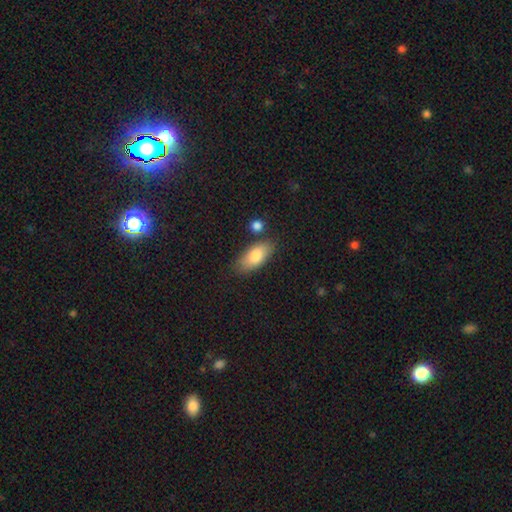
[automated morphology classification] Overall: smooth (82%). How rounded: in between (87%). Merging: none (75%).